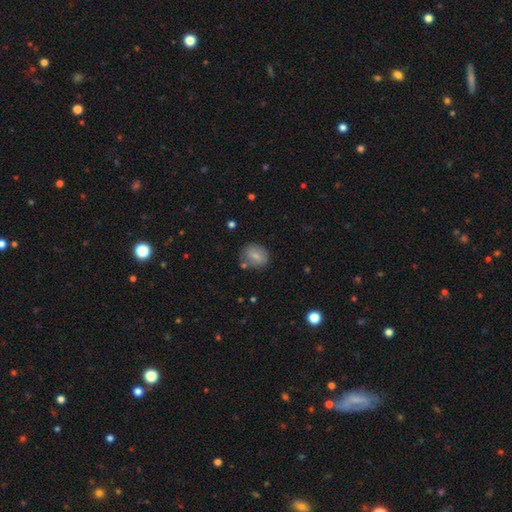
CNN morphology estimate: Smooth or featured?
  - smooth: 73% *
  - featured or disk: 19%
  - star or artifact: 9%
How rounded?
  - round: 54% *
  - in between: 44%
  - cigar-shaped: 2%
Merging?
  - none: 73% *
  - minor disturbance: 16%
  - merger: 6%
  - major disturbance: 5%